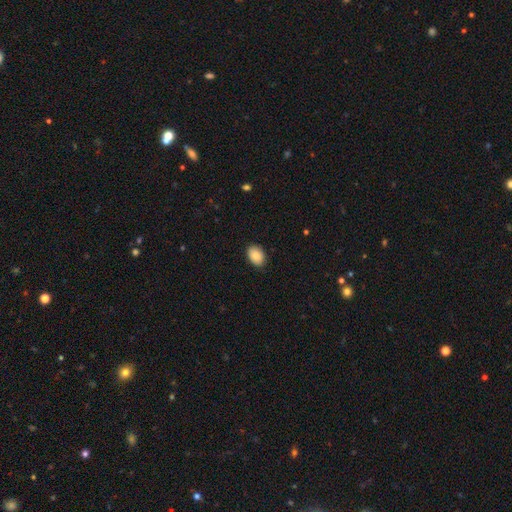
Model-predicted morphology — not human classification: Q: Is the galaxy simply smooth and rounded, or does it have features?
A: smooth — 87%.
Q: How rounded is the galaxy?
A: in between — 81%.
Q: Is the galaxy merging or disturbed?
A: none — 88%.